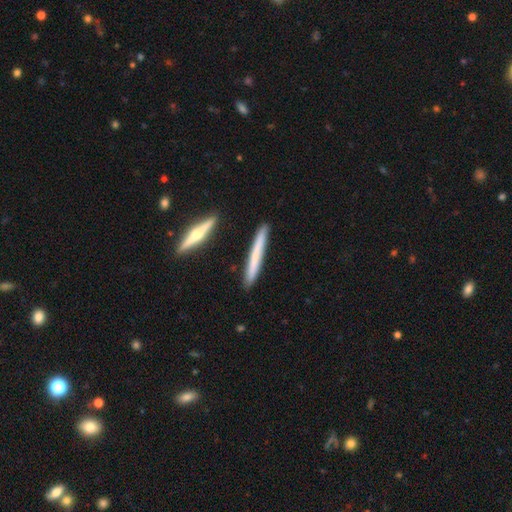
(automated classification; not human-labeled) Smooth or featured? smooth (55%)
How rounded? cigar-shaped (96%)
Merging? none (88%)